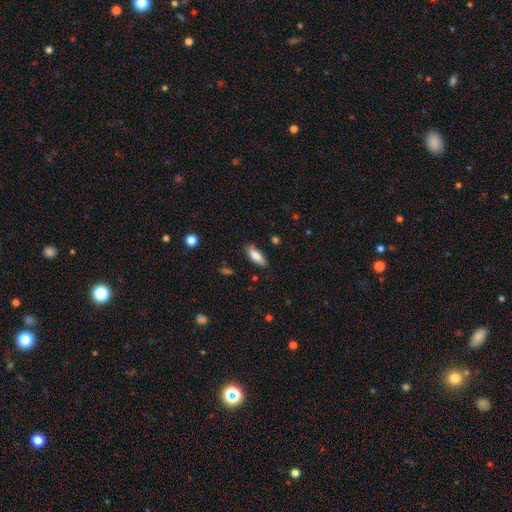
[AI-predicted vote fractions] Morphology: type=smooth (80%); roundness=in between (71%); merging=none (83%).